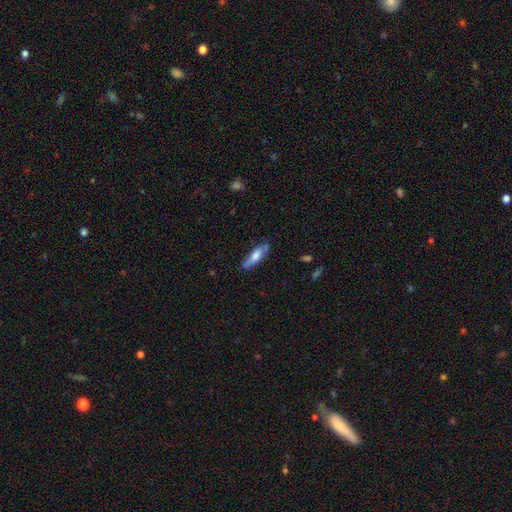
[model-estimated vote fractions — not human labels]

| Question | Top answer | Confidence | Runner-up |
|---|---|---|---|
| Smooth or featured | smooth | 56% | featured or disk (38%) |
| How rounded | cigar-shaped | 59% | in between (39%) |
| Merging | none | 72% | minor disturbance (21%) |